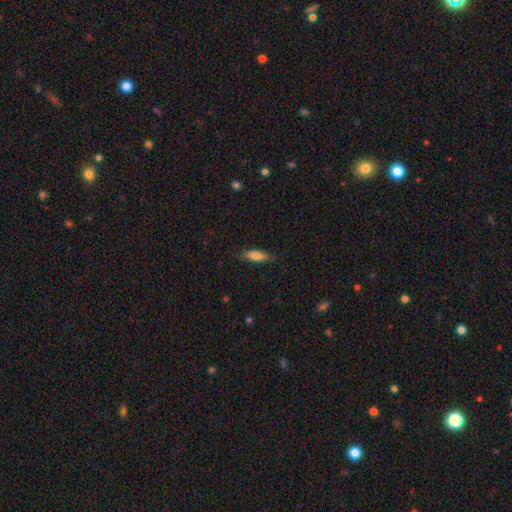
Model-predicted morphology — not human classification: Smooth or featured? Predicted: smooth (p=0.77). How rounded? Predicted: in between (p=0.52). Merging? Predicted: none (p=0.81).